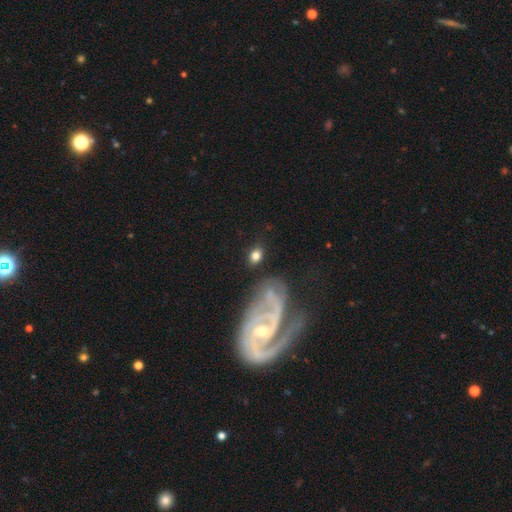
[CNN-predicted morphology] A smooth galaxy with no disk features (75%) that is in between round and cigar-shaped (76%).

Vote fractions:
- Smooth or featured? smooth: 75% / featured or disk: 17% / star or artifact: 8%
- How rounded? in between: 76% / round: 22% / cigar-shaped: 2%
- Merging? none: 72% / minor disturbance: 14% / major disturbance: 8% / merger: 6%